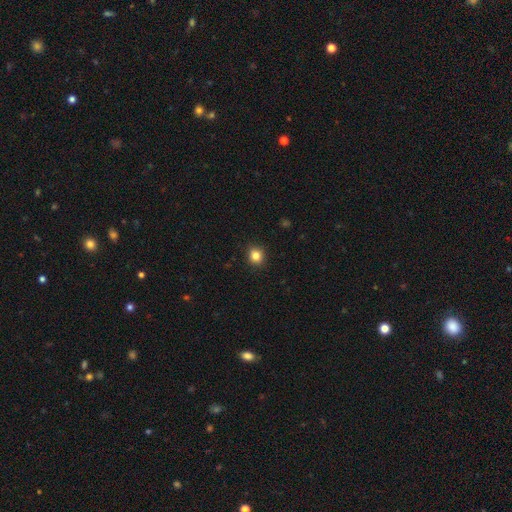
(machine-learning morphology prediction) This is clearly a smooth galaxy (84%). How rounded: clearly round (84%). Merging: clearly none (92%).